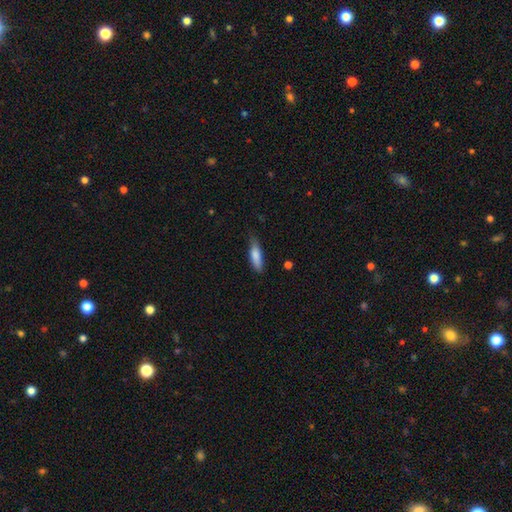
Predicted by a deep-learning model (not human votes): The model was most divided on "how rounded": cigar-shaped: 54%, in between: 44%, round: 2%. More confident: smooth or featured — smooth (81%); merging — none (66%).